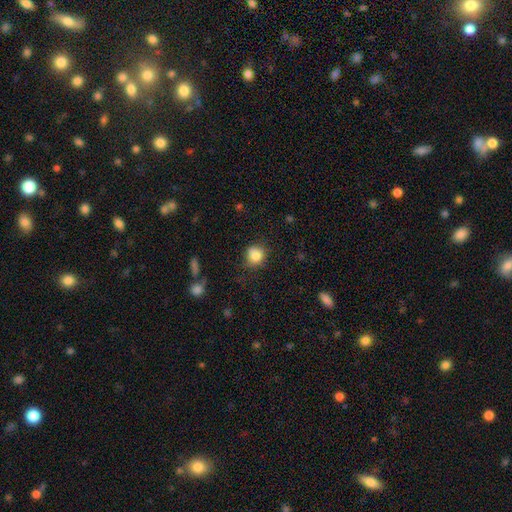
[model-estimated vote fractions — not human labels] This appears to be a smooth galaxy with no disk features (83%) that is round (84%). Merging: none (74%).